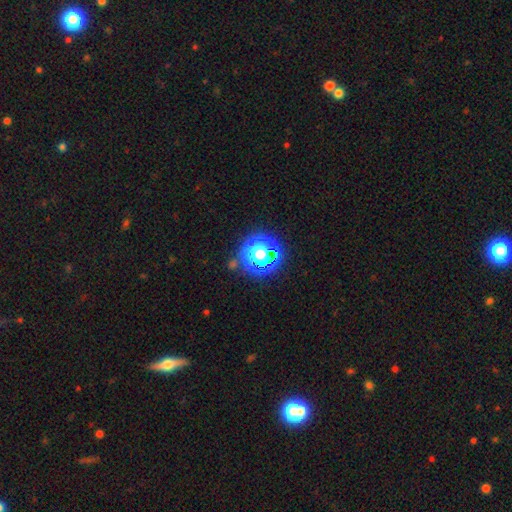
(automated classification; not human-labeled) Morphology: type=star or artifact (60%).